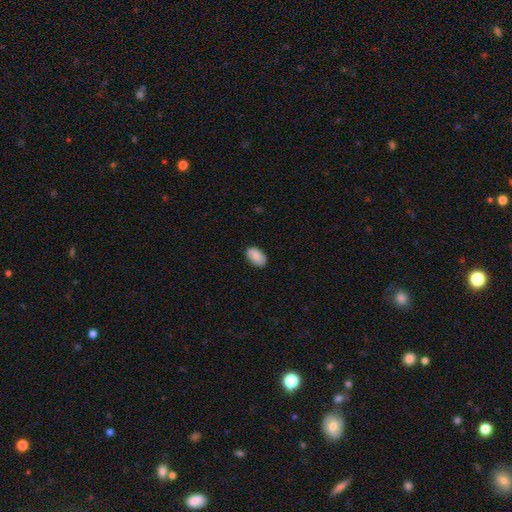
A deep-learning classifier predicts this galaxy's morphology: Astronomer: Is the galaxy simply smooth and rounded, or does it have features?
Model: smooth — 90%.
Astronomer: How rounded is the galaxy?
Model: in between — 93%.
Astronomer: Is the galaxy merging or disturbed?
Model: none — 85%.